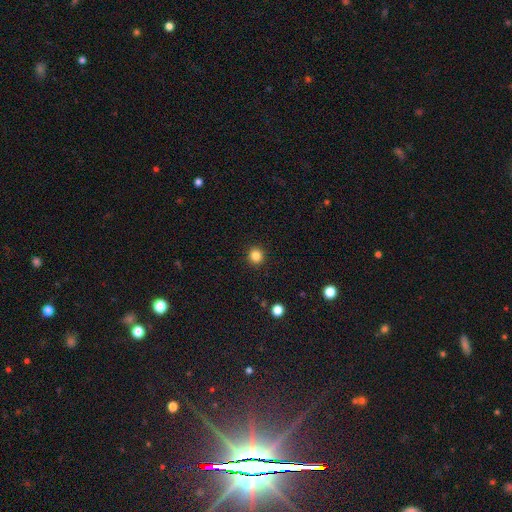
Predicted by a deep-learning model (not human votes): A smooth galaxy with no disk features (84%) that is round (93%).

Vote fractions:
- Smooth or featured? smooth: 84% / star or artifact: 12% / featured or disk: 4%
- How rounded? round: 93% / in between: 6% / cigar-shaped: 1%
- Merging? none: 93% / minor disturbance: 5% / major disturbance: 2% / merger: 1%